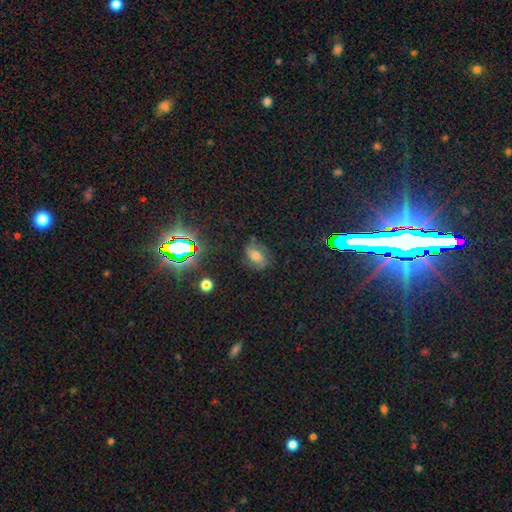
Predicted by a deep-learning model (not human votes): Smooth or featured: featured or disk — 40% (smooth — 36%)
Merging: none — 66% (minor disturbance — 21%)